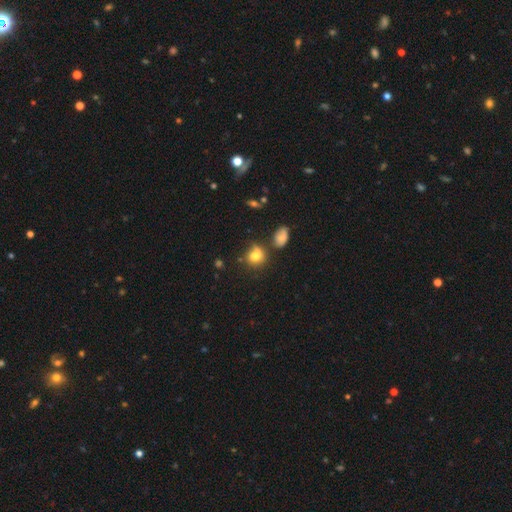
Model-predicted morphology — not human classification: Smooth or featured: smooth — 76% (star or artifact — 13%)
How rounded: round — 76% (in between — 23%)
Merging: none — 58% (minor disturbance — 20%)